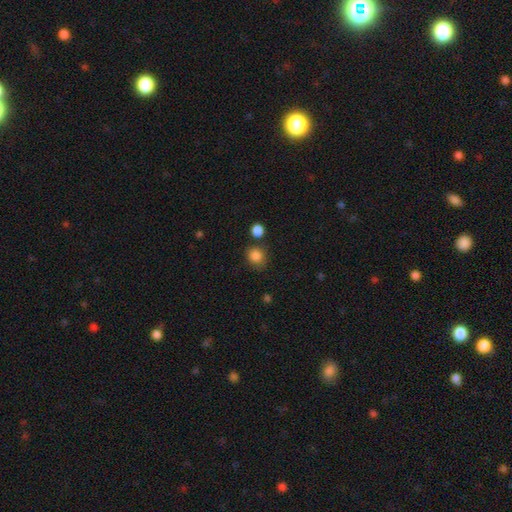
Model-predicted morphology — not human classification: smooth-or-featured: smooth: 86% | star or artifact: 10% | featured or disk: 4%
  how-rounded: round: 79% | in between: 20% | cigar-shaped: 1%
  merging: none: 73% | minor disturbance: 14% | merger: 8% | major disturbance: 4%